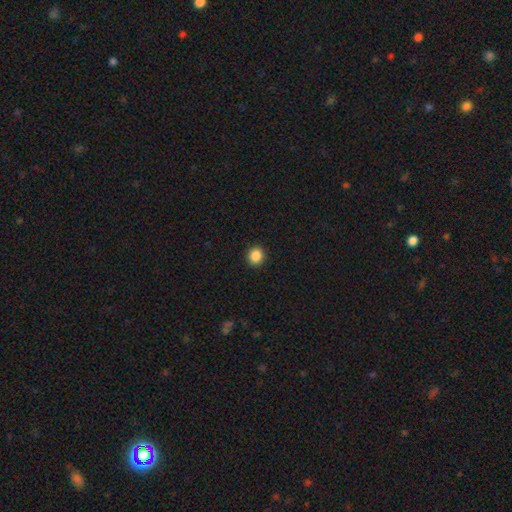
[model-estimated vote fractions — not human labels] A smooth galaxy with no disk features (88%) that is round (85%).

Vote fractions:
- Smooth or featured? smooth: 88% / star or artifact: 10% / featured or disk: 3%
- How rounded? round: 85% / in between: 14% / cigar-shaped: 1%
- Merging? none: 92% / minor disturbance: 5% / major disturbance: 2% / merger: 1%